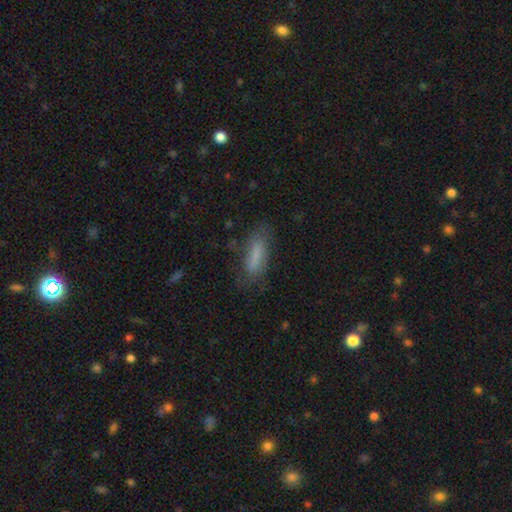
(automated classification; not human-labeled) Smooth or featured? smooth (73%)
How rounded? in between (53%)
Merging? none (63%)